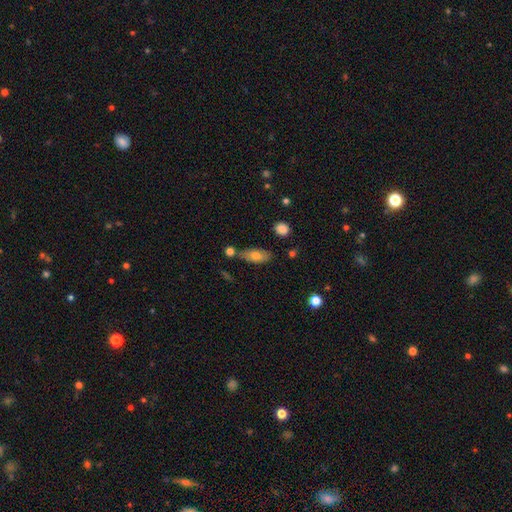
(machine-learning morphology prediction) smooth-or-featured: smooth: 71% | featured or disk: 22% | star or artifact: 7%
  how-rounded: in between: 79% | cigar-shaped: 17% | round: 4%
  merging: none: 69% | minor disturbance: 17% | merger: 10% | major disturbance: 4%